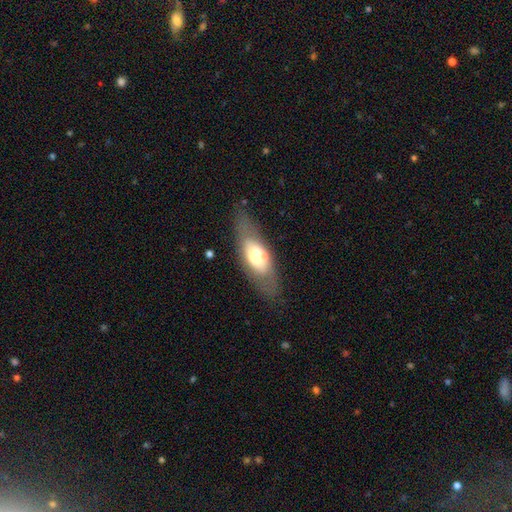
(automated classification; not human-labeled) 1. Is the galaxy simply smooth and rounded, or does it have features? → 53% smooth, 39% featured or disk, 8% star or artifact.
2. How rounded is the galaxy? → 73% in between, 23% cigar-shaped, 4% round.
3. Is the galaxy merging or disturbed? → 69% none, 15% minor disturbance, 8% merger, 7% major disturbance.